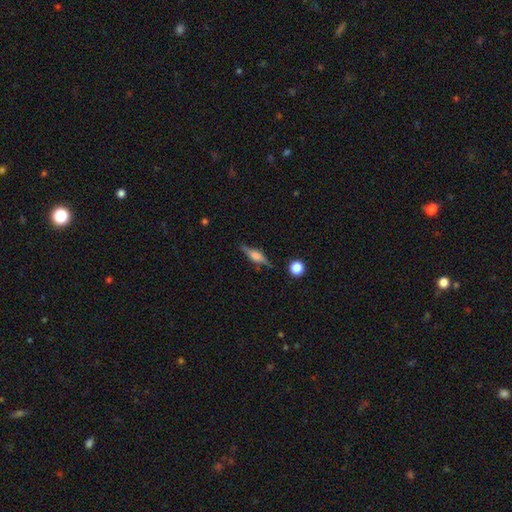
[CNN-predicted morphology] smooth-or-featured: featured or disk: 60% | smooth: 32% | star or artifact: 8%
  disk-edge-on: yes: 94% | no: 6%
    edge-on-bulge: rounded: 75% | boxy: 22% | none: 4%
  merging: none: 80% | minor disturbance: 14% | major disturbance: 4% | merger: 2%